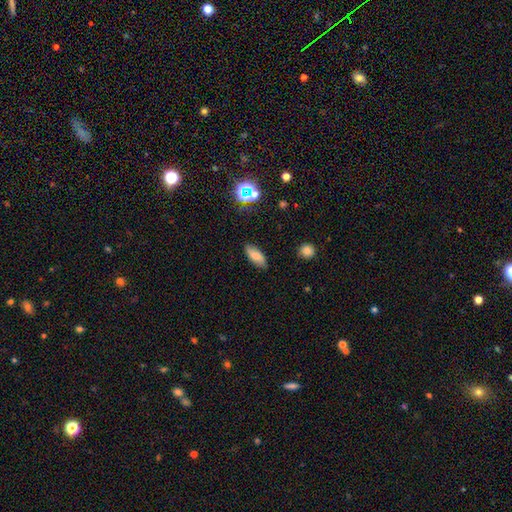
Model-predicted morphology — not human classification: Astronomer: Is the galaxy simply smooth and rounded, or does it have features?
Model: smooth — 78%.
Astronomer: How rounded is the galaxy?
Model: in between — 79%.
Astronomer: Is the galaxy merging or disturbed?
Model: none — 84%.